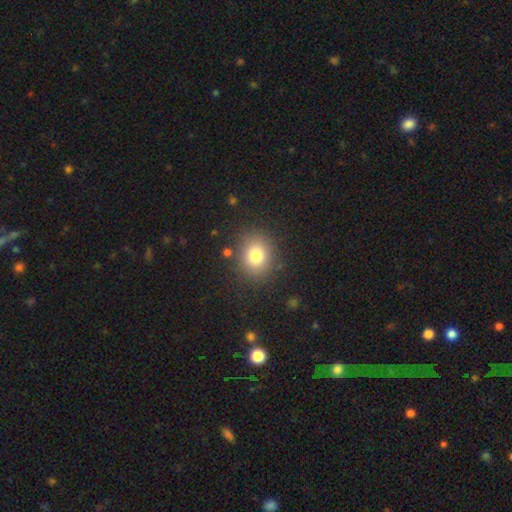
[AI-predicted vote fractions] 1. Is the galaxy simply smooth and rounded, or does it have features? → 78% smooth, 13% star or artifact, 9% featured or disk.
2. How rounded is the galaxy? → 67% round, 32% in between, 1% cigar-shaped.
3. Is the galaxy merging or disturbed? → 85% none, 9% minor disturbance, 4% major disturbance, 2% merger.